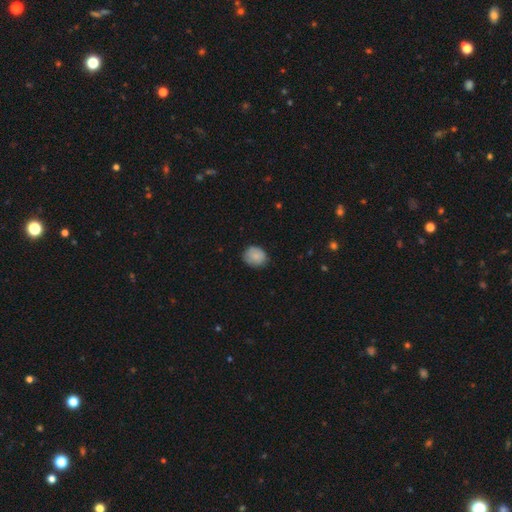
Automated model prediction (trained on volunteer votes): Overall: smooth (85%). How rounded: round (66%; in between 33%). Merging: none (80%).